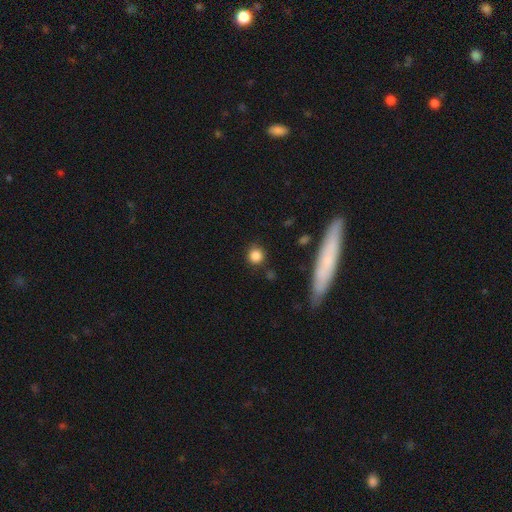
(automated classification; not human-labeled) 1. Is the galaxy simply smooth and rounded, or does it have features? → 84% smooth, 10% star or artifact, 6% featured or disk.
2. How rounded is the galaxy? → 92% round, 6% in between, 2% cigar-shaped.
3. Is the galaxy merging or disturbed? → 86% none, 8% minor disturbance, 3% major disturbance, 3% merger.